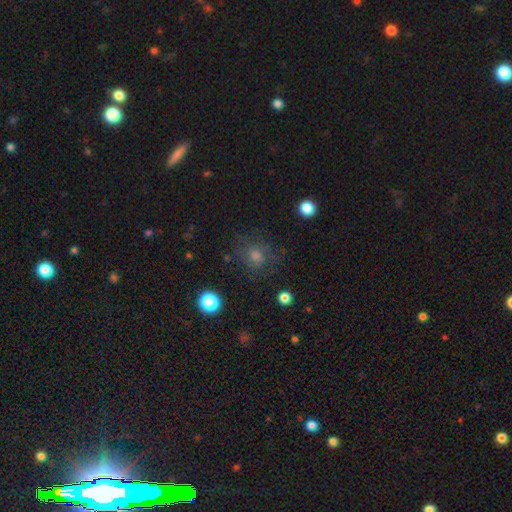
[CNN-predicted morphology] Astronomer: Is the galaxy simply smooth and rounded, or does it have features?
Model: smooth — 57%.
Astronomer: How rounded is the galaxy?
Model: round — 78%.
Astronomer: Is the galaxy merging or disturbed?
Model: none — 74%.